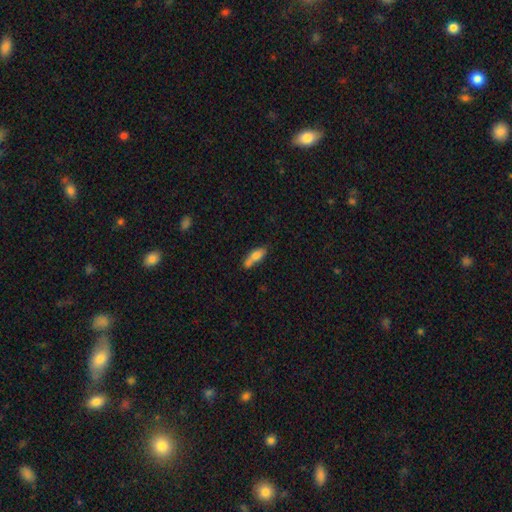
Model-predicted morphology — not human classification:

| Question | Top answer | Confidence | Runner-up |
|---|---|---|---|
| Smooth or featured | smooth | 71% | featured or disk (20%) |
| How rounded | in between | 69% | cigar-shaped (26%) |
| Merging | merger | 42% | none (36%) |